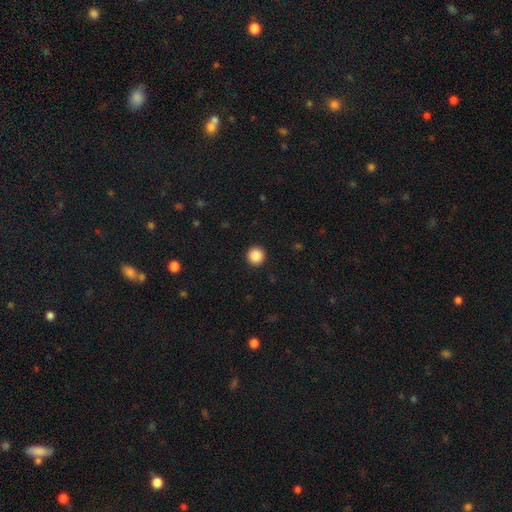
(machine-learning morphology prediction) smooth_or_featured: smooth (p=0.87) [alt: star or artifact p=0.09]
how_rounded: round (p=0.96) [alt: in between p=0.03]
merging: none (p=0.94) [alt: minor disturbance p=0.04]